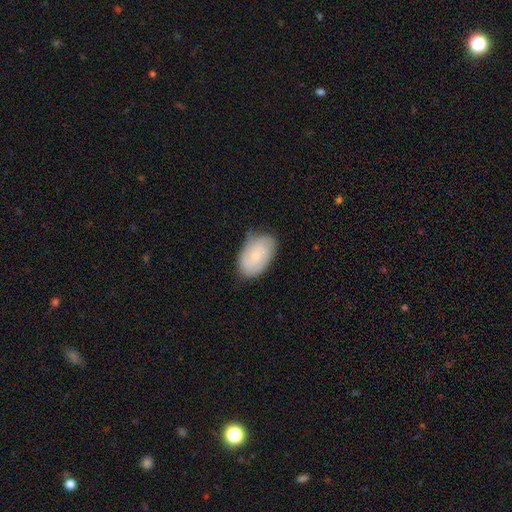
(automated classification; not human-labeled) A smooth galaxy with no disk features (50%).

Vote fractions:
- Smooth or featured? smooth: 50% / featured or disk: 44% / star or artifact: 7%
- Merging? none: 68% / minor disturbance: 26% / major disturbance: 5% / merger: 1%